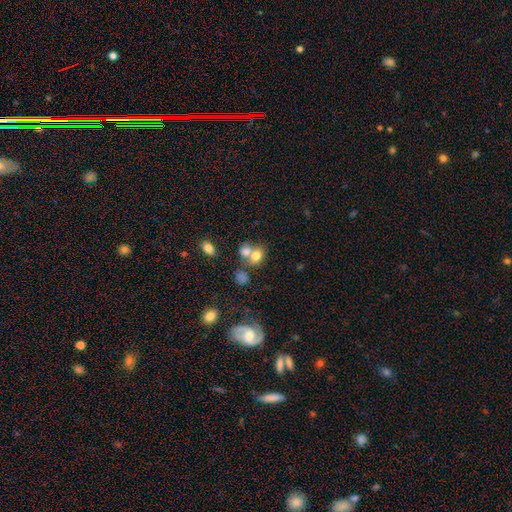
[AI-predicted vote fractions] smooth-or-featured: smooth: 73% | featured or disk: 14% | star or artifact: 13%
  how-rounded: round: 49% (tied) | in between: 49% (tied) | cigar-shaped: 1%
  merging: merger: 49% | none: 36% | minor disturbance: 10% | major disturbance: 5%